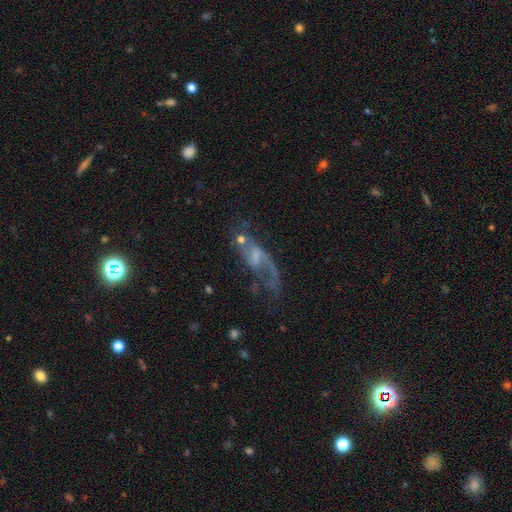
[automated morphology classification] smooth-or-featured: featured or disk: 73% | smooth: 15% | star or artifact: 12%
  disk-edge-on: no: 89% | yes: 11%
    bar: weak: 44% | no: 40% | strong: 16%
    has-spiral-arms: yes: 81% | no: 19%
      spiral-winding: loose: 67% | medium: 26% | tight: 7%
      spiral-arm-count: 2: 53% | 1: 35% | can't tell: 8% | 3: 2% | 4: 1% | more than 4: 1%
    bulge-size: small: 37% | none: 34% | moderate: 23% | large: 4% | dominant: 2%
  merging: none: 42% | major disturbance: 31% | minor disturbance: 18% | merger: 9%